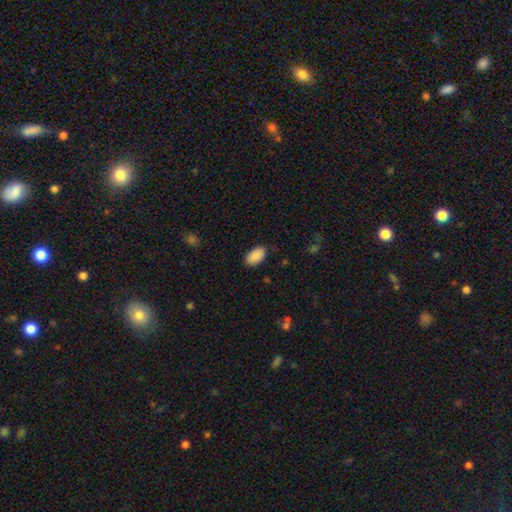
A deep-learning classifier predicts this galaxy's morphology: type=smooth (90%); roundness=in between (95%); merging=none (85%).